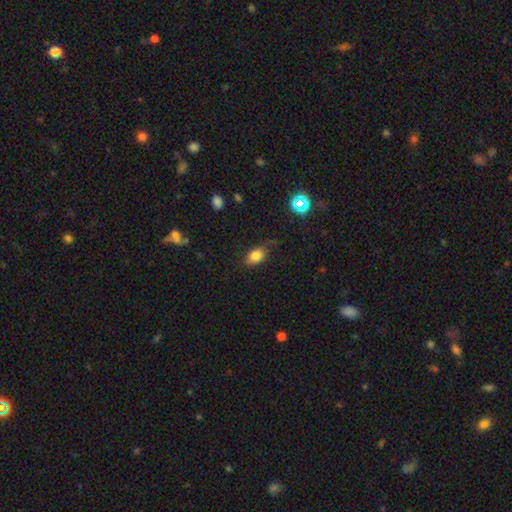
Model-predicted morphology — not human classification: Q: Smooth or featured?
A: smooth (81%); runner-up: star or artifact (11%)
Q: How rounded?
A: in between (82%); runner-up: round (16%)
Q: Merging?
A: none (76%); runner-up: minor disturbance (18%)